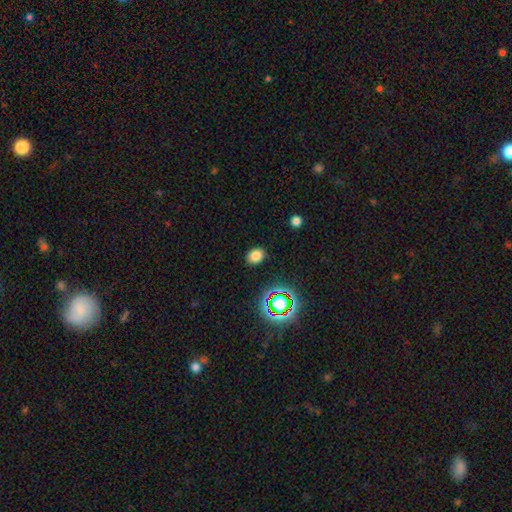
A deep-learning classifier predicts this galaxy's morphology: smooth 77%, star or artifact 17%, featured or disk 6%. Down the decision tree: how rounded — in between (61%); merging — none (87%).